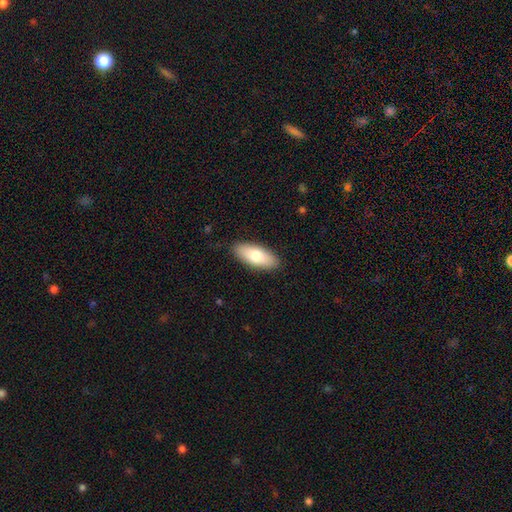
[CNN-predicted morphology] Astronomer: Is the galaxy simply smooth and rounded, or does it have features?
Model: smooth — 75%.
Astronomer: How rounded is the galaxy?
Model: in between — 81%.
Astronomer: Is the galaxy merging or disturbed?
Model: none — 89%.